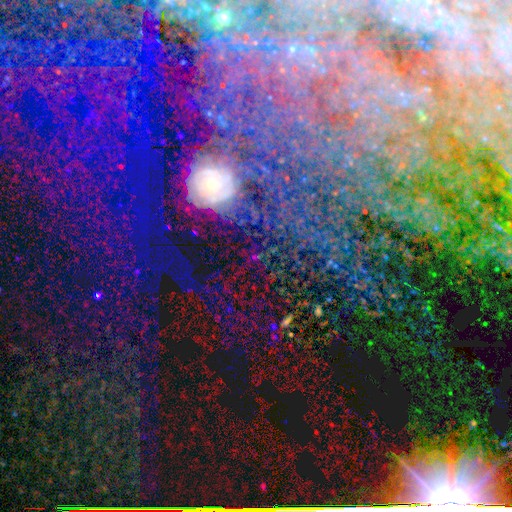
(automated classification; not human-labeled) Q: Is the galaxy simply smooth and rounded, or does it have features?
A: star or artifact — 42%.